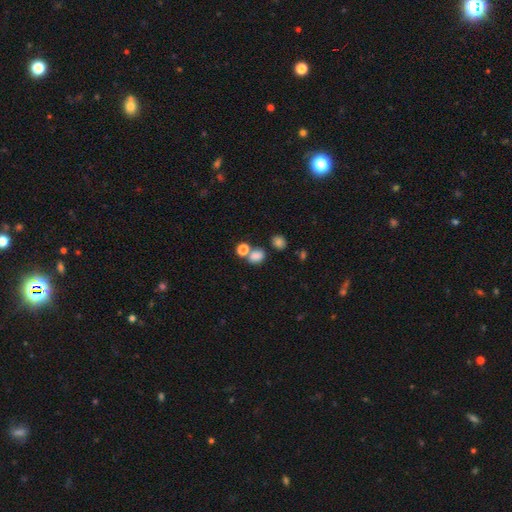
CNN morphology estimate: Smooth or featured: smooth — 80% (star or artifact — 13%)
How rounded: in between — 51% (round — 48%)
Merging: none — 50% (merger — 34%)